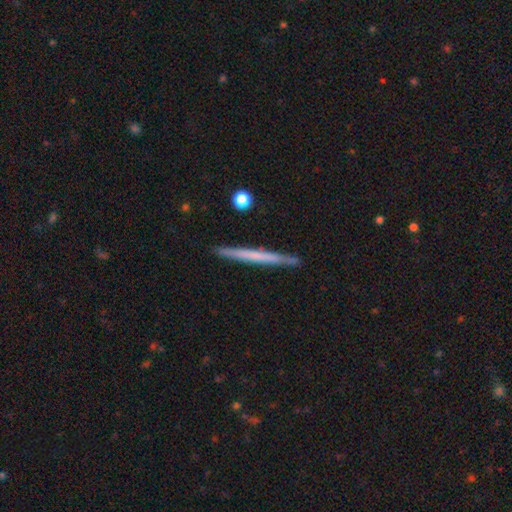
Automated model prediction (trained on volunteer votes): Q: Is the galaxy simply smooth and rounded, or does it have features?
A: smooth — 48%.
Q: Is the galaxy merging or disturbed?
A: none — 90%.